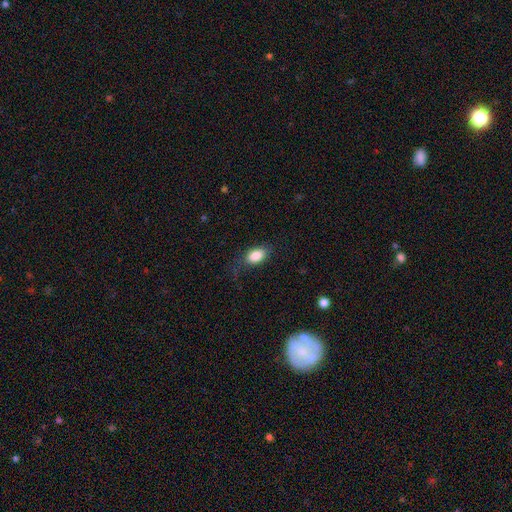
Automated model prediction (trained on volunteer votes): A smooth galaxy with no disk features (86%) that is in between round and cigar-shaped (90%).

Vote fractions:
- Smooth or featured? smooth: 86% / star or artifact: 7% / featured or disk: 6%
- How rounded? in between: 90% / round: 7% / cigar-shaped: 3%
- Merging? none: 74% / minor disturbance: 17% / major disturbance: 7% / merger: 1%